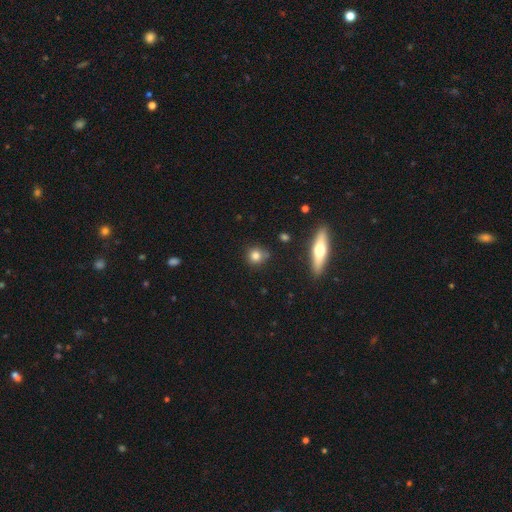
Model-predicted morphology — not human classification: Q: Smooth or featured?
A: smooth (79%); runner-up: star or artifact (11%)
Q: How rounded?
A: round (84%); runner-up: in between (14%)
Q: Merging?
A: none (74%); runner-up: minor disturbance (18%)